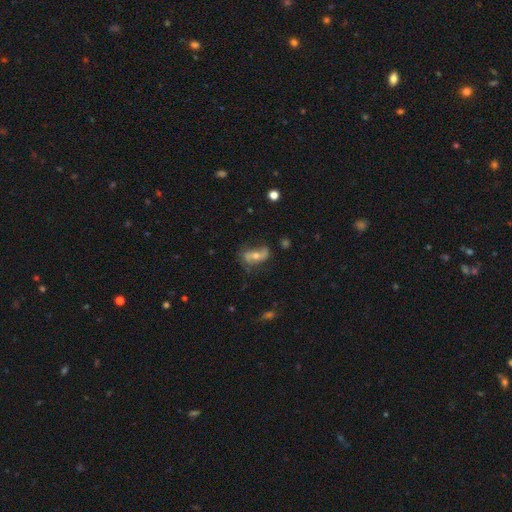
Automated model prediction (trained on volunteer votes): A featured or disk galaxy (58%) with no bar (46%), spiral arms (77%) and a moderate central bulge (59%).

Vote fractions:
- Smooth or featured? featured or disk: 58% / smooth: 33% / star or artifact: 9%
- Edge-on disk? no: 88% / yes: 12%
- Bar? no: 46% / weak: 28% / strong: 26%
- Spiral arms? yes: 77% / no: 23%
- Bulge size? moderate: 59% / small: 33% / large: 4% / none: 2% / dominant: 1%
- Merging? none: 56% / minor disturbance: 26% / major disturbance: 15% / merger: 3%